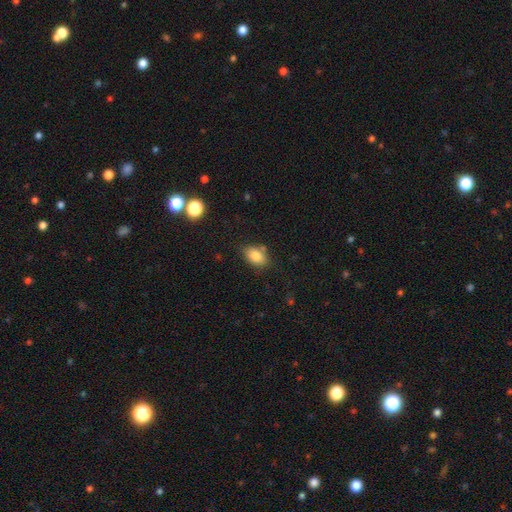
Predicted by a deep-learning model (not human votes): Smooth or featured?
  - smooth: 83% *
  - star or artifact: 9%
  - featured or disk: 8%
How rounded?
  - in between: 83% *
  - round: 15%
  - cigar-shaped: 2%
Merging?
  - none: 73% *
  - minor disturbance: 17%
  - merger: 6%
  - major disturbance: 4%